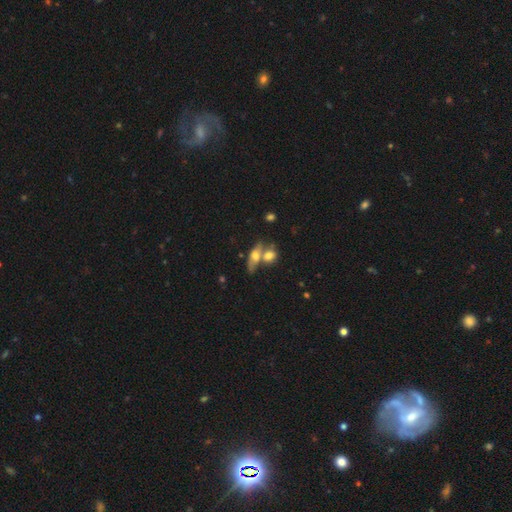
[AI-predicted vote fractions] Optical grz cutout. It shows a smooth galaxy with no disk features (56%) that is in between round and cigar-shaped (59%). Merging: merger (49%).